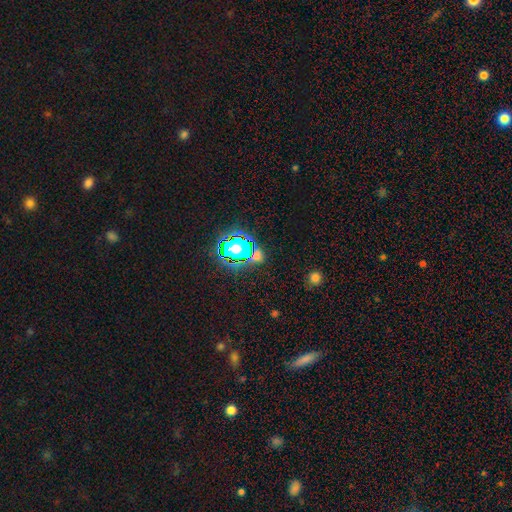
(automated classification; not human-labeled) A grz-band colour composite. It shows a star or artifact, not a galaxy (51%).